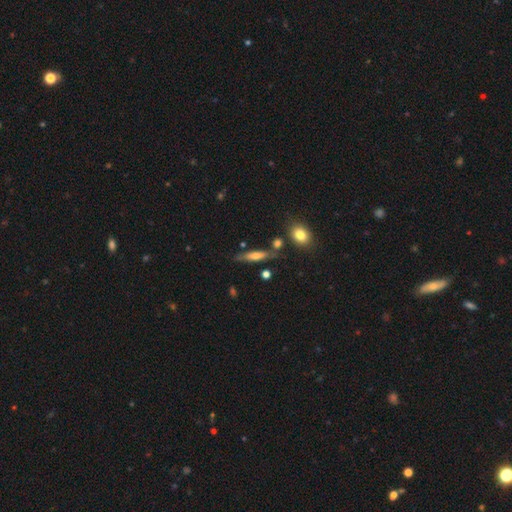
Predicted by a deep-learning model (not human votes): Overall: smooth (53%; featured or disk 38%). How rounded: cigar-shaped (73%). Merging: none (72%).